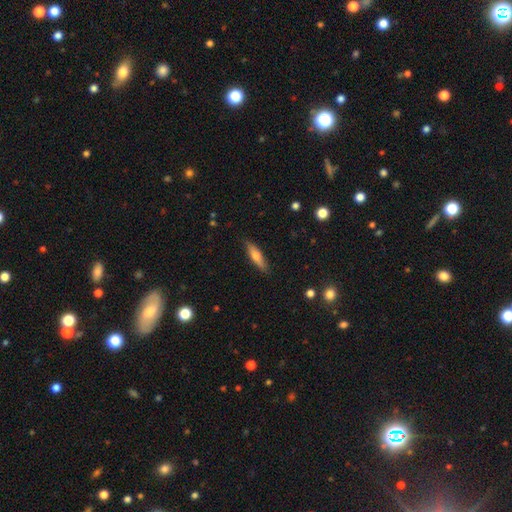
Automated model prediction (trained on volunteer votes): A smooth galaxy with no disk features (57%) that is cigar-shaped (72%).

Vote fractions:
- Smooth or featured? smooth: 57% / featured or disk: 36% / star or artifact: 6%
- How rounded? cigar-shaped: 72% / in between: 26% / round: 2%
- Merging? none: 87% / minor disturbance: 10% / major disturbance: 2% / merger: 1%